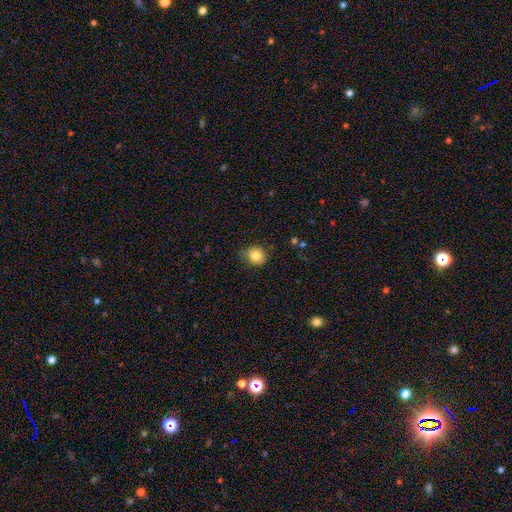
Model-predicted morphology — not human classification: Smooth or featured? Predicted: smooth (p=0.82). How rounded? Predicted: round (p=0.78). Merging? Predicted: none (p=0.77).